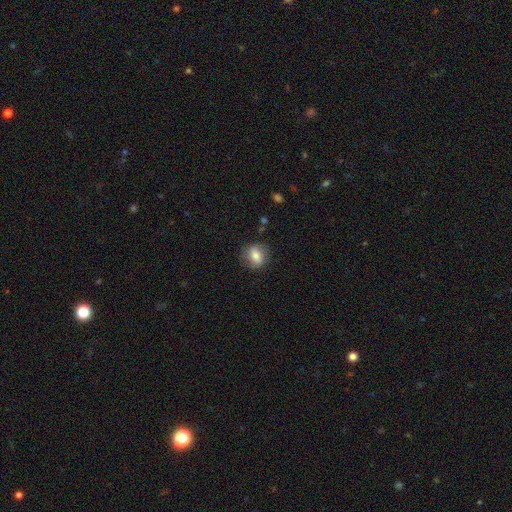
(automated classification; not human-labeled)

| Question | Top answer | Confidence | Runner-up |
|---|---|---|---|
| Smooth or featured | smooth | 71% | featured or disk (20%) |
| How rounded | round | 58% | in between (41%) |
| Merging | none | 80% | minor disturbance (14%) |